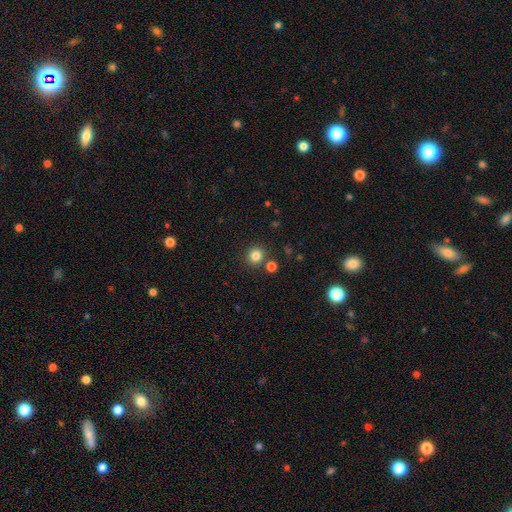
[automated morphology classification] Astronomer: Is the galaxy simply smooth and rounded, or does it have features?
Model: smooth — 82%.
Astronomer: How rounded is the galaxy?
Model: round — 91%.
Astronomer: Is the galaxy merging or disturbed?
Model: none — 80%.